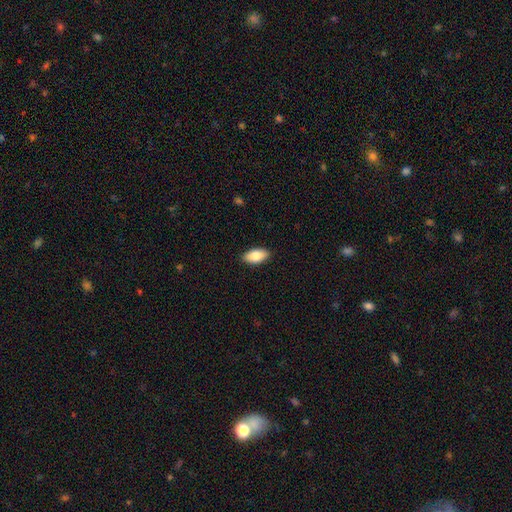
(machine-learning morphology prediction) A smooth galaxy with no disk features (83%) that is in between round and cigar-shaped (92%).

Vote fractions:
- Smooth or featured? smooth: 83% / featured or disk: 11% / star or artifact: 6%
- How rounded? in between: 92% / cigar-shaped: 4% / round: 3%
- Merging? none: 90% / minor disturbance: 8% / major disturbance: 2% / merger: 1%